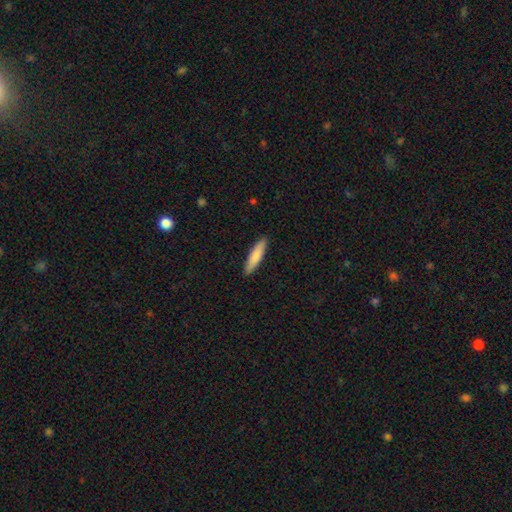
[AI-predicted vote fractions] Q: Smooth or featured?
A: smooth (83%); runner-up: featured or disk (12%)
Q: How rounded?
A: cigar-shaped (79%); runner-up: in between (20%)
Q: Merging?
A: none (91%); runner-up: minor disturbance (7%)